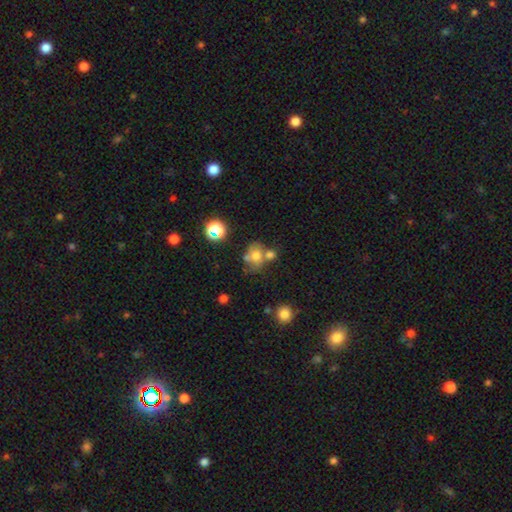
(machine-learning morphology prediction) A smooth galaxy with no disk features (62%) that is round (57%). Merging: none (38%).